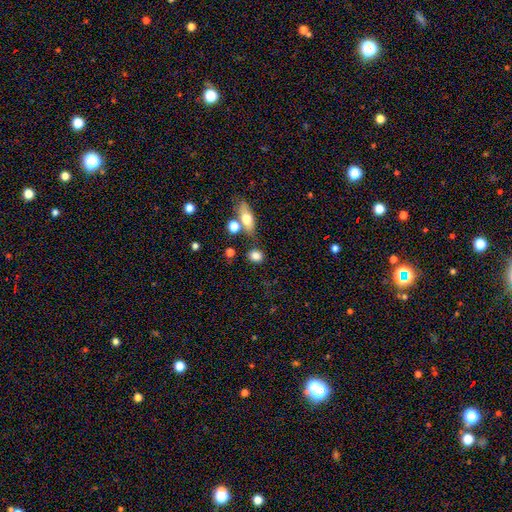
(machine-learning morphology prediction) This is clearly a smooth galaxy (82%). How rounded: possibly round (57%). Merging: likely none (73%).